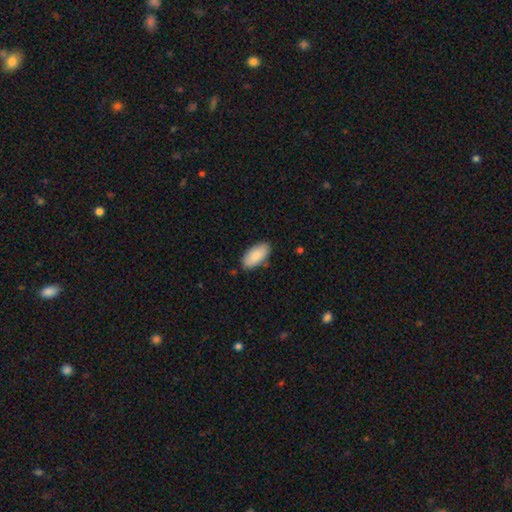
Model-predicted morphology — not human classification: smooth_or_featured: smooth (p=0.88) [alt: featured or disk p=0.06]
how_rounded: in between (p=0.93) [alt: cigar-shaped p=0.05]
merging: none (p=0.83) [alt: minor disturbance p=0.13]